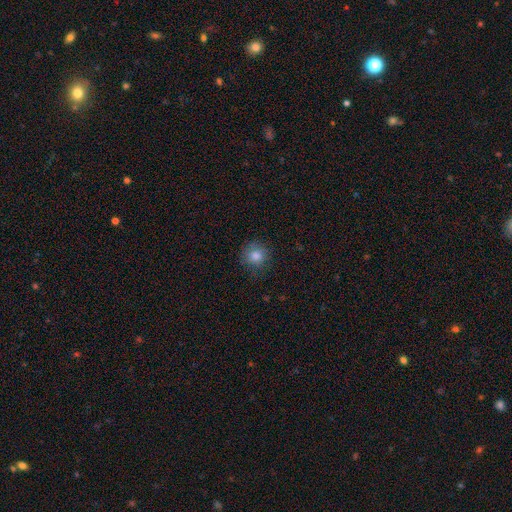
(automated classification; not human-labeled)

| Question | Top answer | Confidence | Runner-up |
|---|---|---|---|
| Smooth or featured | smooth | 82% | star or artifact (12%) |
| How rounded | round | 91% | in between (8%) |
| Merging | none | 83% | minor disturbance (13%) |